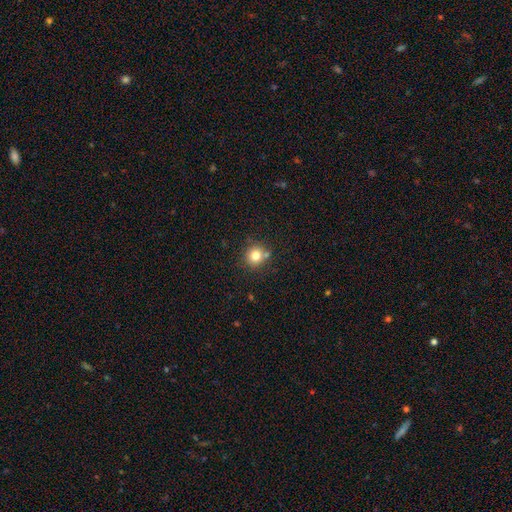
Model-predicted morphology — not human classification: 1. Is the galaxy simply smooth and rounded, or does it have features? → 79% smooth, 12% star or artifact, 9% featured or disk.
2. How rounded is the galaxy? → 91% round, 8% in between, 1% cigar-shaped.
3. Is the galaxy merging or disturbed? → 75% none, 12% merger, 10% minor disturbance, 3% major disturbance.